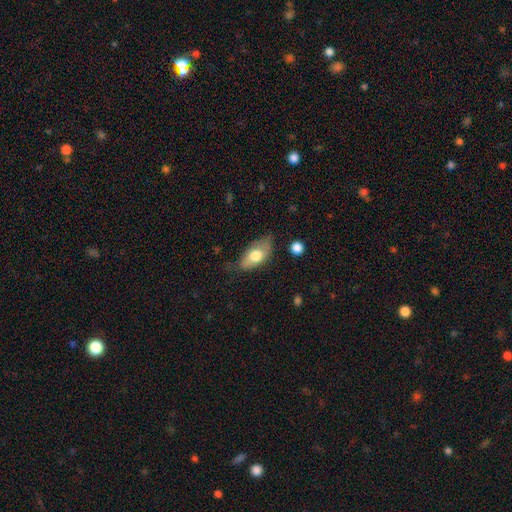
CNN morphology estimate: A smooth galaxy with no disk features (69%) that is in between round and cigar-shaped (87%). Merging: none (56%).